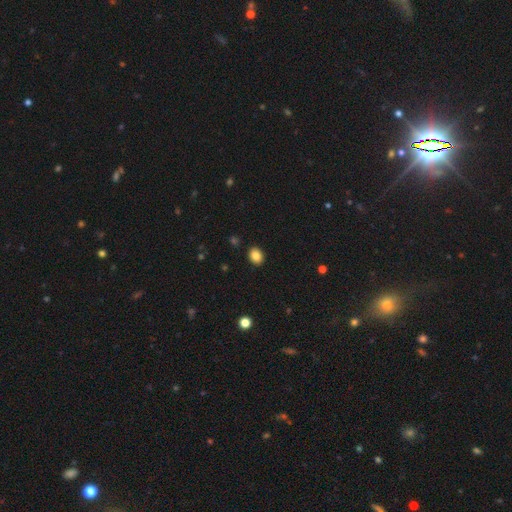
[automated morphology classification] Smooth or featured: smooth — 85% (star or artifact — 9%)
How rounded: in between — 55% (round — 44%)
Merging: none — 90% (minor disturbance — 7%)